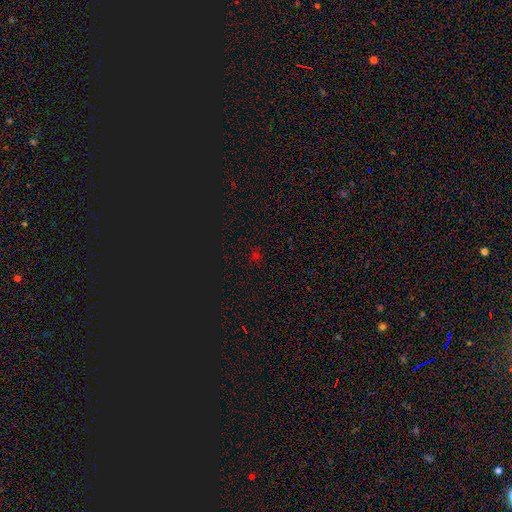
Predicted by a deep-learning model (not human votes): smooth_or_featured: star or artifact (p=0.60) [alt: smooth p=0.34]